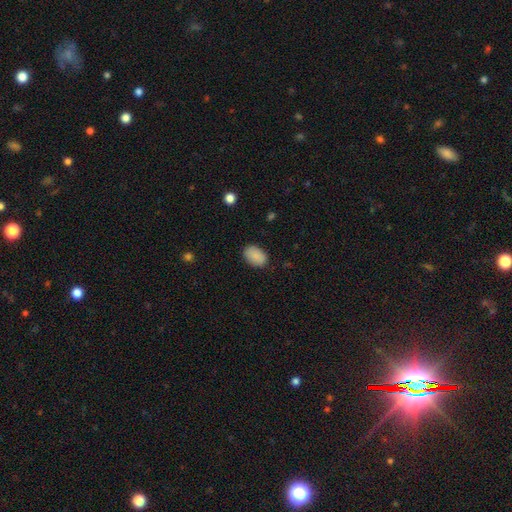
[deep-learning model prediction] Morphology: type=smooth (89%); roundness=in between (88%); merging=none (85%).